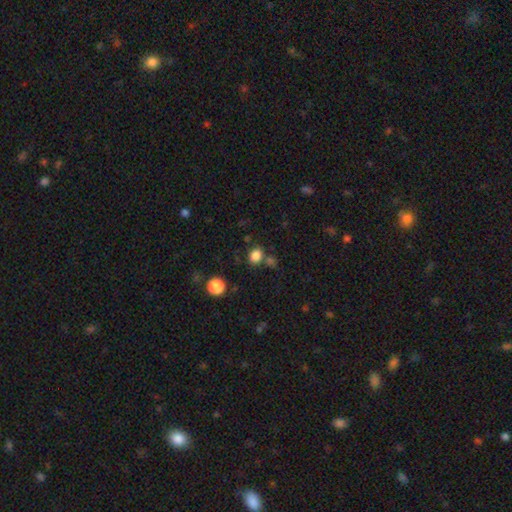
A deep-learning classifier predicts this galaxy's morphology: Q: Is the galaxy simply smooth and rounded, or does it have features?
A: smooth — 82%.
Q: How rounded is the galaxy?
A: in between — 50%.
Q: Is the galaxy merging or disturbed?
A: none — 70%.